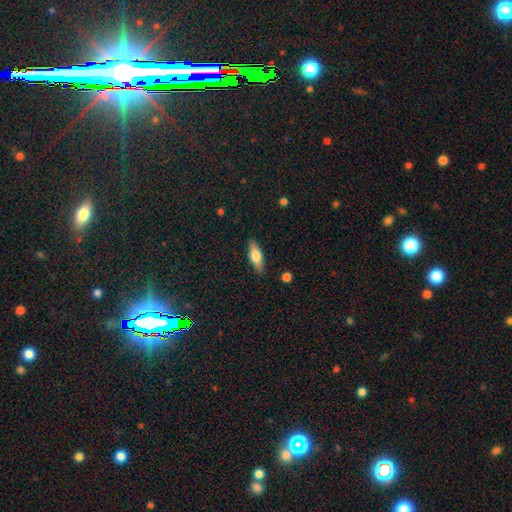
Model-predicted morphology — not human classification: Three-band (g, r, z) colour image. It shows a smooth galaxy with no disk features (66%) that is in between round and cigar-shaped (59%). Merging: none (87%).